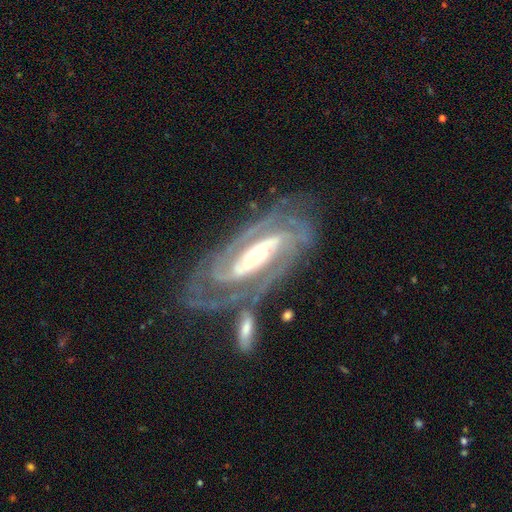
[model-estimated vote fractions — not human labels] smooth-or-featured: featured or disk: 90% | smooth: 5% | star or artifact: 5%
  disk-edge-on: no: 92% | yes: 8%
    bar: strong: 48% | weak: 28% | no: 24%
    has-spiral-arms: yes: 96% | no: 4%
      spiral-winding: tight: 64% | medium: 30% | loose: 6%
      spiral-arm-count: 2: 62% | can't tell: 15% | 3: 13% | 4: 4% | 1: 3% | more than 4: 3%
    bulge-size: moderate: 48% | small: 45% | large: 4% | none: 1% | dominant: 1%
  merging: none: 65% | minor disturbance: 15% | merger: 12% | major disturbance: 8%